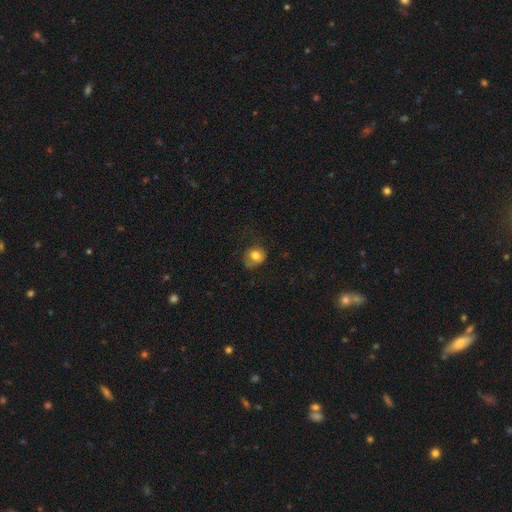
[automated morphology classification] This appears to be a smooth galaxy with no disk features (78%) that is round (69%). Merging: none (59%).